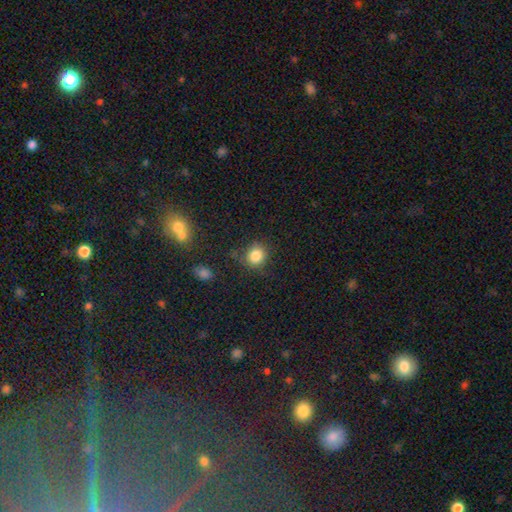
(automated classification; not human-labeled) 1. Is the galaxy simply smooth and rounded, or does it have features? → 83% smooth, 12% star or artifact, 5% featured or disk.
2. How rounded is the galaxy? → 83% round, 16% in between, 1% cigar-shaped.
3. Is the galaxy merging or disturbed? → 79% none, 14% minor disturbance, 4% major disturbance, 3% merger.